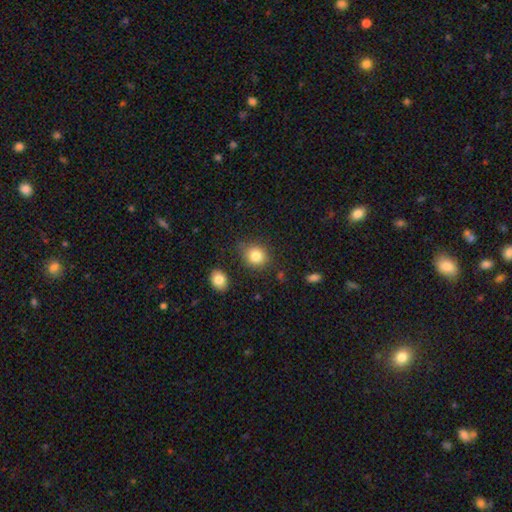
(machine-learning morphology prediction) smooth-or-featured: smooth: 83% | star or artifact: 10% | featured or disk: 7%
  how-rounded: round: 75% | in between: 24% | cigar-shaped: 1%
  merging: none: 77% | minor disturbance: 16% | major disturbance: 4% | merger: 4%